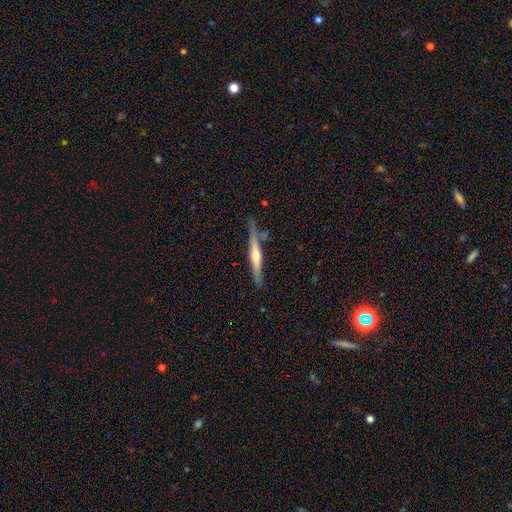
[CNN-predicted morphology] smooth_or_featured: featured or disk (p=0.67) [alt: smooth p=0.27]
disk_edge_on: yes (p=0.97) [alt: no p=0.03]
edge_on_bulge: rounded (p=0.75) [alt: none p=0.15]
merging: none (p=0.78) [alt: minor disturbance p=0.14]